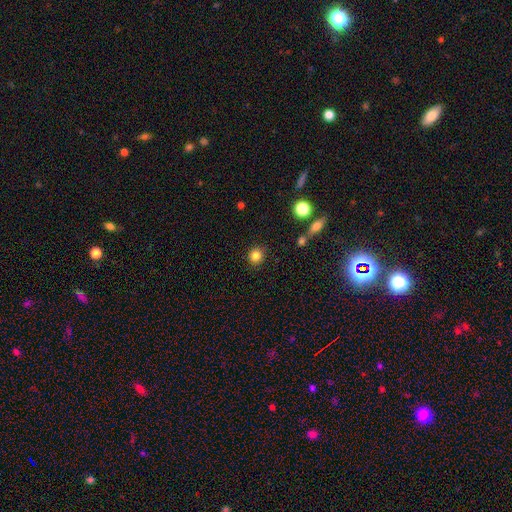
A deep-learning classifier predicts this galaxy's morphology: Smooth or featured? smooth (84%)
How rounded? round (88%)
Merging? none (88%)